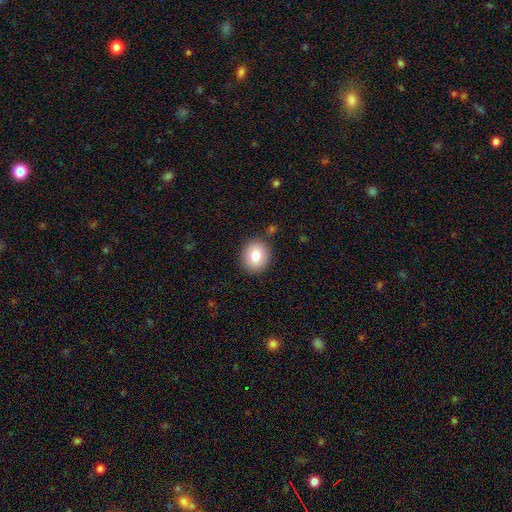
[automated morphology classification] Smooth or featured? Predicted: smooth (p=0.80). How rounded? Predicted: round (p=0.75). Merging? Predicted: none (p=0.86).